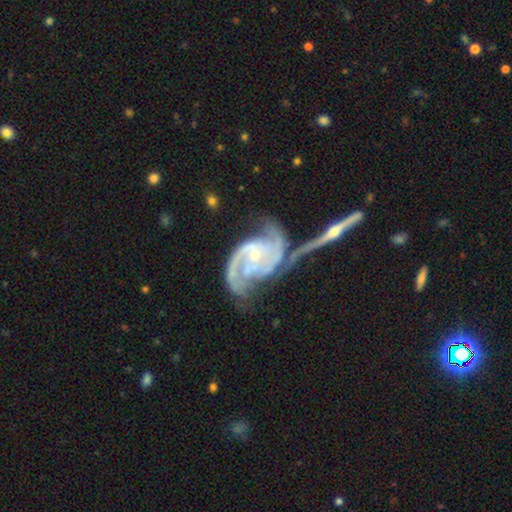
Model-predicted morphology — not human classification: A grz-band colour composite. It shows a featured or disk galaxy (93%) with no bar (60%), 2 (70%) medium (50%) spiral arms (98%) and a small central bulge (70%). Merging: none (37%).